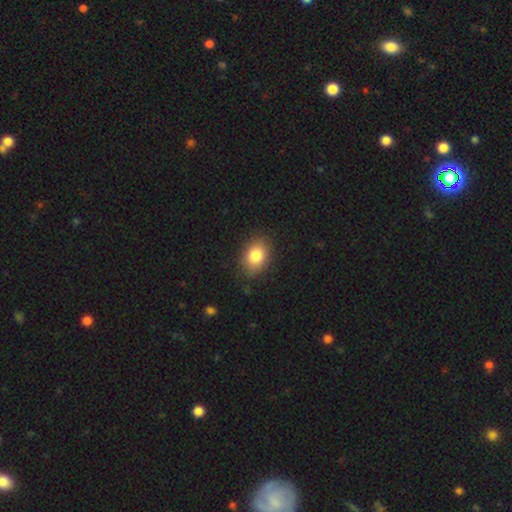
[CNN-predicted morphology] smooth 83%, star or artifact 8%, featured or disk 8%. Down the decision tree: how rounded — in between (75%); merging — none (84%).